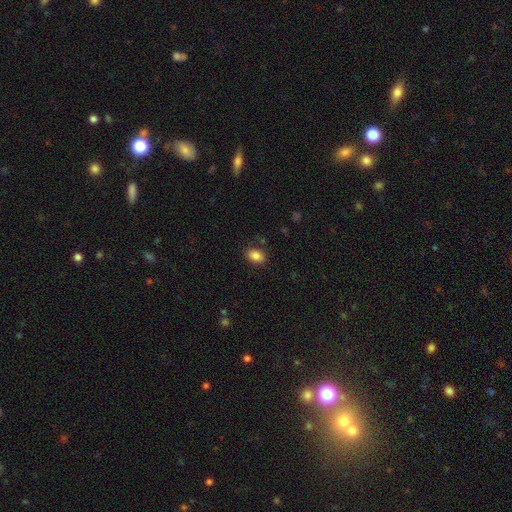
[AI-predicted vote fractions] A smooth galaxy with no disk features (86%) that is in between round and cigar-shaped (80%). Merging: none (85%).